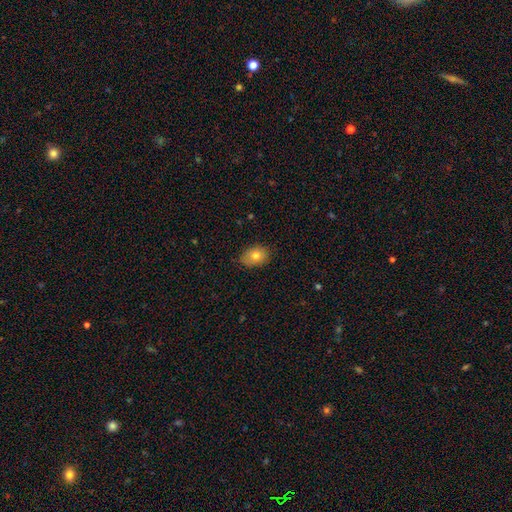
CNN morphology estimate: This appears to be a smooth galaxy with no disk features (78%) that is in between round and cigar-shaped (72%). Merging: none (76%).